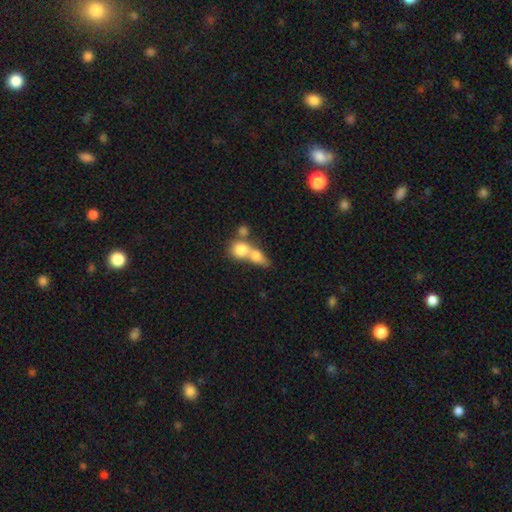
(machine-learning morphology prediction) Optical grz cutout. It shows a smooth galaxy with no disk features (73%) that is round (49%). Merging: merger (70%).